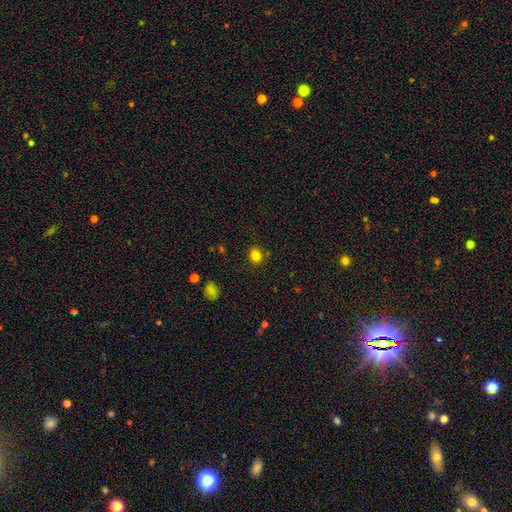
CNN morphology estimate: Smooth or featured: smooth — 82% (star or artifact — 13%)
How rounded: round — 73% (in between — 26%)
Merging: none — 83% (minor disturbance — 11%)